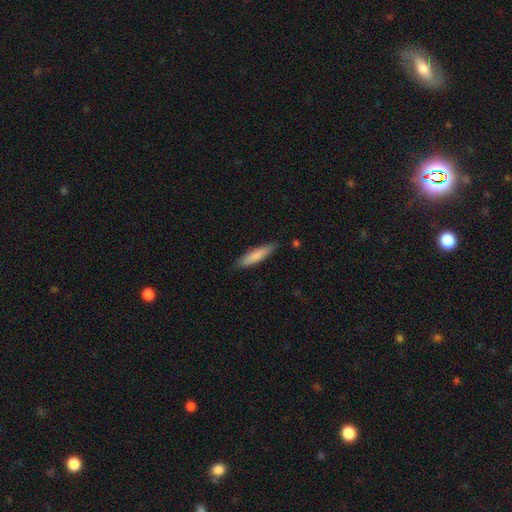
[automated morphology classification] Smooth or featured: smooth — 80% (featured or disk — 14%)
How rounded: cigar-shaped — 80% (in between — 19%)
Merging: none — 82% (minor disturbance — 14%)